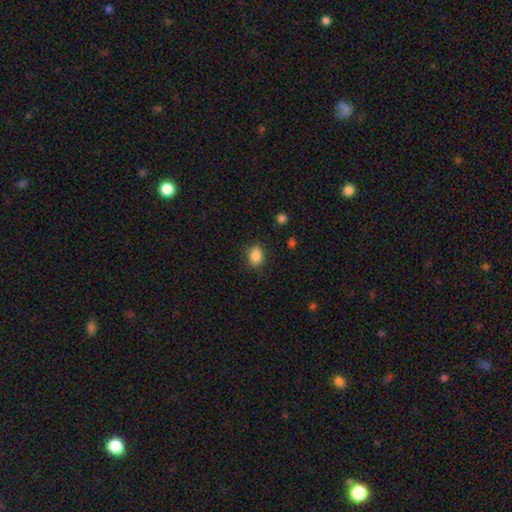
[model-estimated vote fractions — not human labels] Smooth or featured: smooth — 86% (star or artifact — 9%)
How rounded: in between — 63% (round — 36%)
Merging: none — 80% (minor disturbance — 14%)